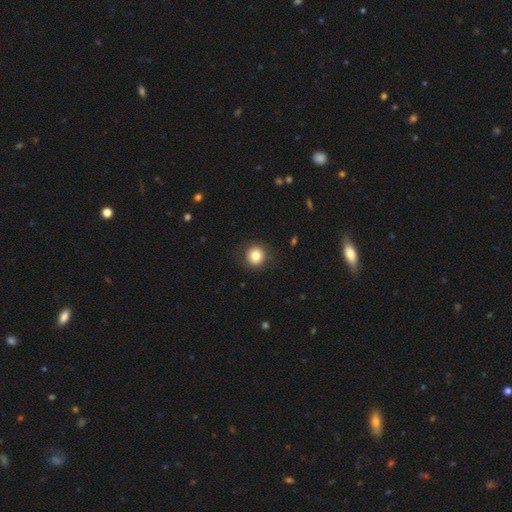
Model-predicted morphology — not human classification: Smooth or featured? smooth (80%)
How rounded? round (93%)
Merging? none (88%)